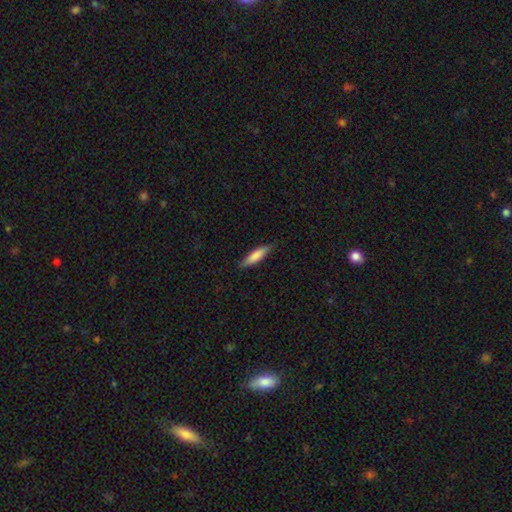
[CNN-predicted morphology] Smooth or featured?
  - smooth: 81% *
  - featured or disk: 14%
  - star or artifact: 5%
How rounded?
  - cigar-shaped: 72% *
  - in between: 27%
  - round: 1%
Merging?
  - none: 84% *
  - minor disturbance: 13%
  - major disturbance: 2%
  - merger: 1%